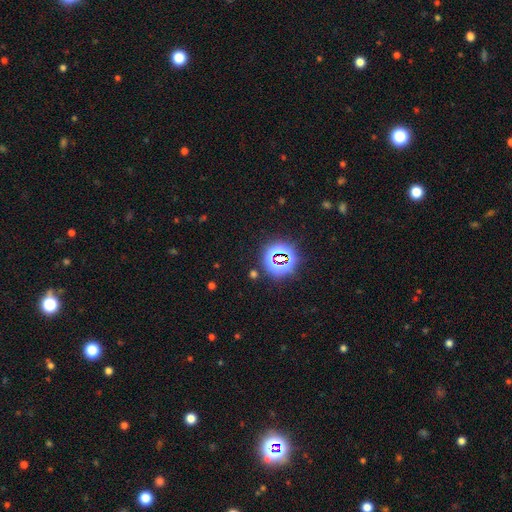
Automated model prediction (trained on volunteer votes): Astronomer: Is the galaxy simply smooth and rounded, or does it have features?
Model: star or artifact — 81%.